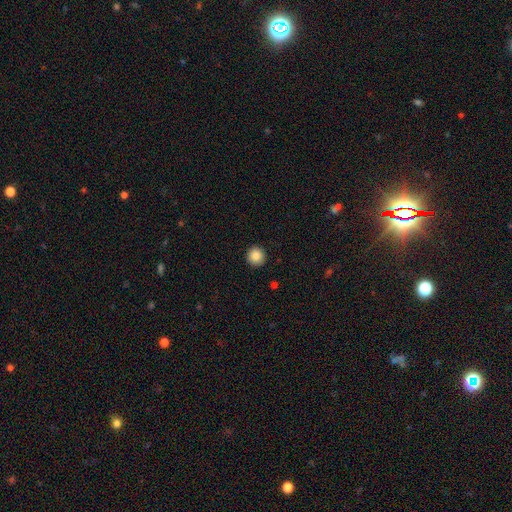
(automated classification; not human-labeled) Smooth or featured: smooth — 86% (star or artifact — 9%)
How rounded: round — 95% (in between — 4%)
Merging: none — 93% (minor disturbance — 5%)